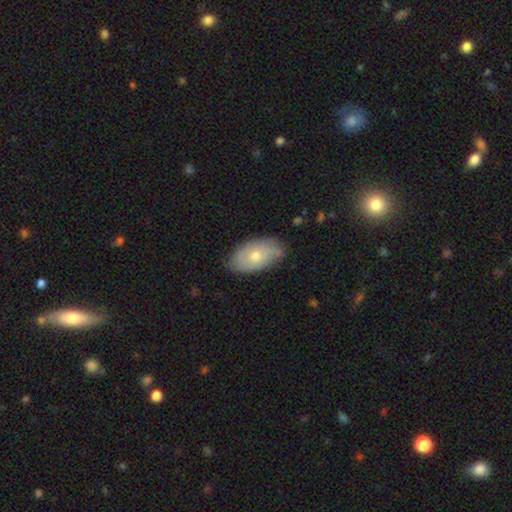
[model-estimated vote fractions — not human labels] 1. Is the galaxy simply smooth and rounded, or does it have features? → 58% smooth, 36% featured or disk, 6% star or artifact.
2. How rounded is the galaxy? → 93% in between, 4% round, 2% cigar-shaped.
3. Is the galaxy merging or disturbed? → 76% none, 20% minor disturbance, 3% major disturbance, 1% merger.